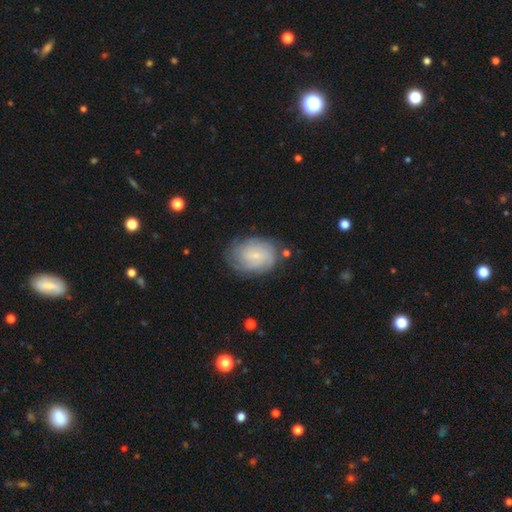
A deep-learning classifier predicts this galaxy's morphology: This appears to be a featured or disk galaxy (61%) with no bar (63%), tight (65%) spiral arms (88%) and a small central bulge (80%). Merging: none (74%).